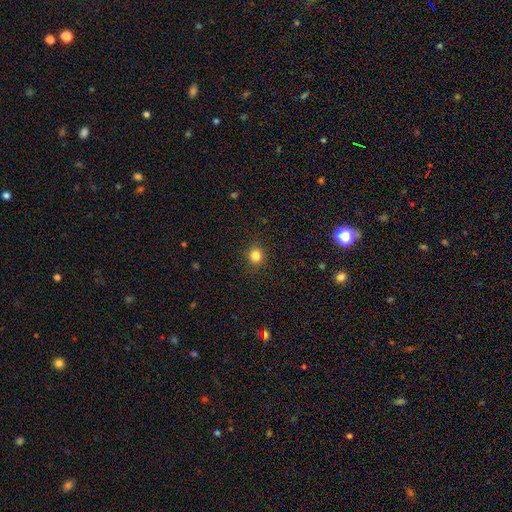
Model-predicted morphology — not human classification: smooth 83%, star or artifact 12%, featured or disk 4%. Down the decision tree: how rounded — round (89%); merging — none (90%).